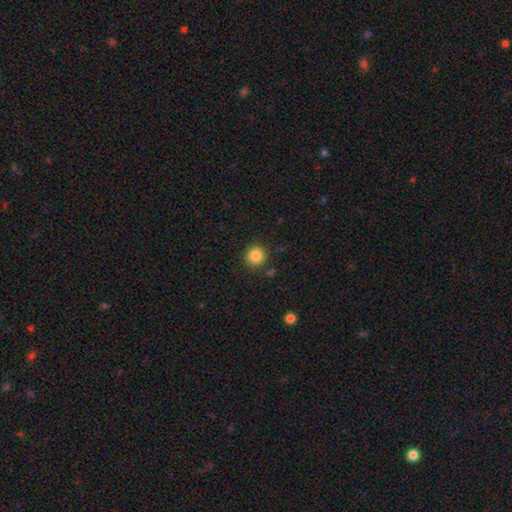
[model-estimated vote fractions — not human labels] A smooth galaxy with no disk features (85%) that is round (93%). Merging: none (89%).